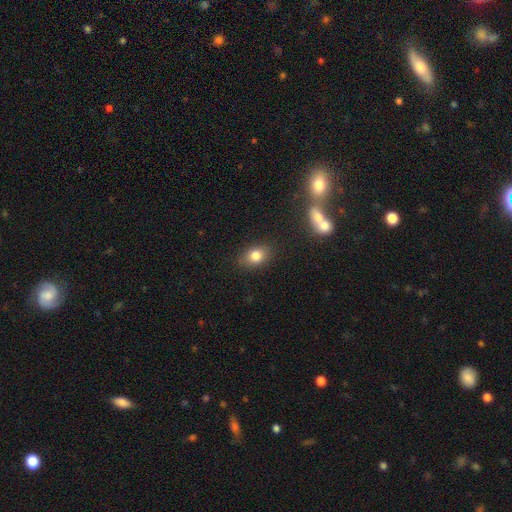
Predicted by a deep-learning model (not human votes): Smooth or featured?
  - smooth: 80% *
  - star or artifact: 11%
  - featured or disk: 9%
How rounded?
  - in between: 66% *
  - round: 32%
  - cigar-shaped: 2%
Merging?
  - none: 85% *
  - minor disturbance: 10%
  - major disturbance: 3%
  - merger: 2%